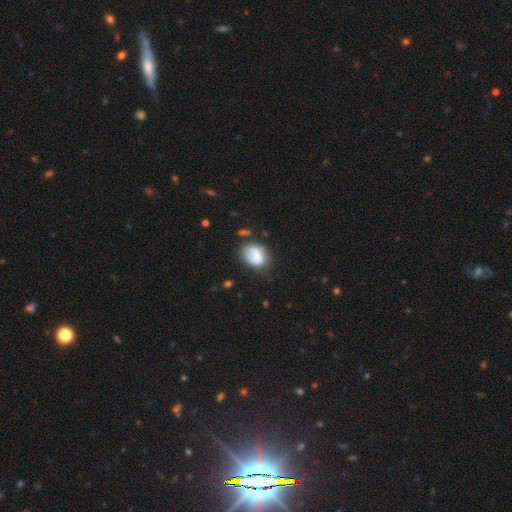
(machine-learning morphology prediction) type=smooth (74%); roundness=in between (69%); merging=none (55%).